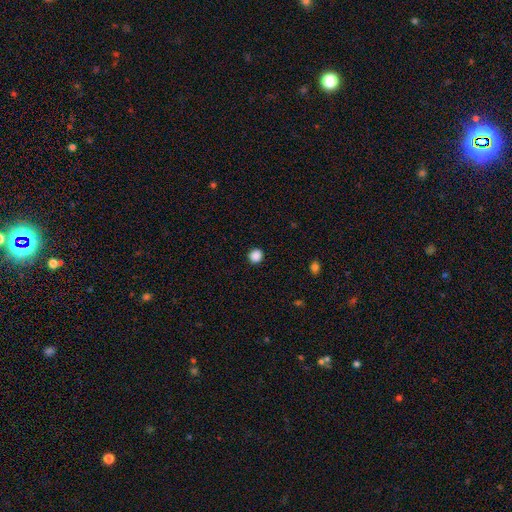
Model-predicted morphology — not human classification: Smooth or featured? Predicted: smooth (p=0.88). How rounded? Predicted: round (p=0.90). Merging? Predicted: none (p=0.92).